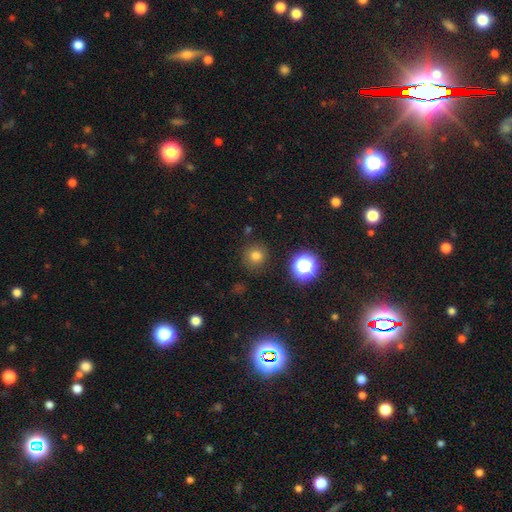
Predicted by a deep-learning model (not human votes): Smooth or featured?
  - smooth: 76% *
  - star or artifact: 18%
  - featured or disk: 6%
How rounded?
  - round: 93% *
  - in between: 6%
  - cigar-shaped: 1%
Merging?
  - none: 87% *
  - minor disturbance: 8%
  - major disturbance: 3%
  - merger: 2%